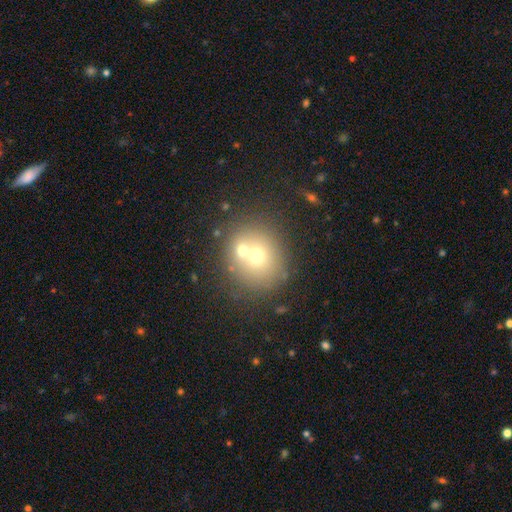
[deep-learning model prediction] smooth 64%, featured or disk 21%, star or artifact 15%. Down the decision tree: how rounded — round (84%); merging — none (49%).